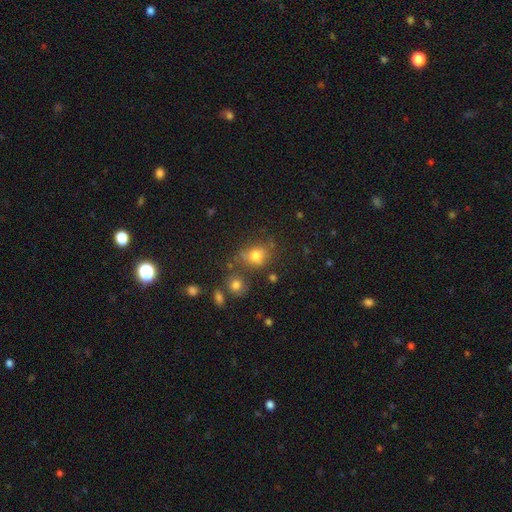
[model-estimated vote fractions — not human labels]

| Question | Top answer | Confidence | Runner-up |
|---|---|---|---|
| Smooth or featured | smooth | 75% | star or artifact (15%) |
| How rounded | round | 59% | in between (39%) |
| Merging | none | 60% | minor disturbance (20%) |